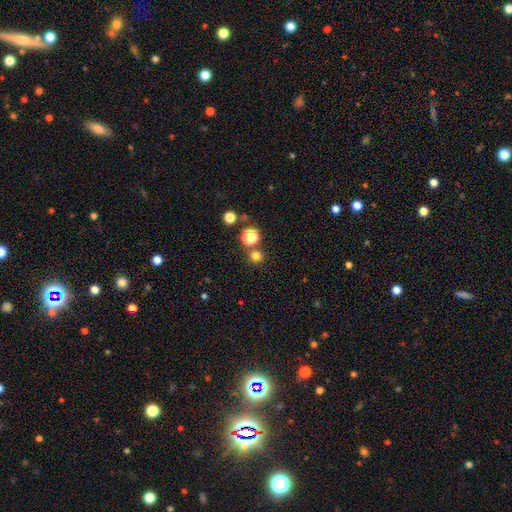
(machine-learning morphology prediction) A smooth galaxy with no disk features (76%) that is round (92%). Merging: none (78%).